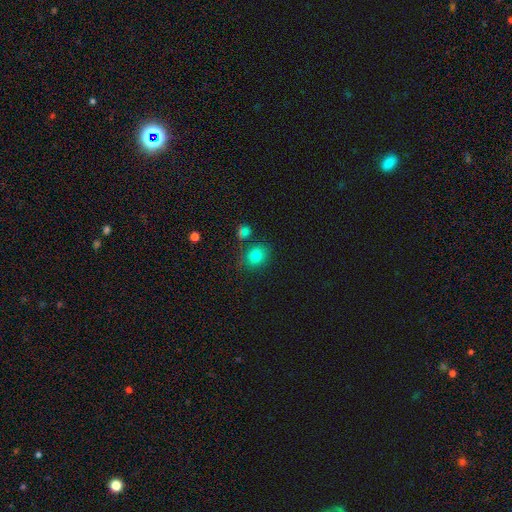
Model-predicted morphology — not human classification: smooth-or-featured: smooth: 78% | star or artifact: 14% | featured or disk: 8%
  how-rounded: round: 65% | in between: 34% | cigar-shaped: 1%
  merging: none: 76% | minor disturbance: 13% | merger: 7% | major disturbance: 4%